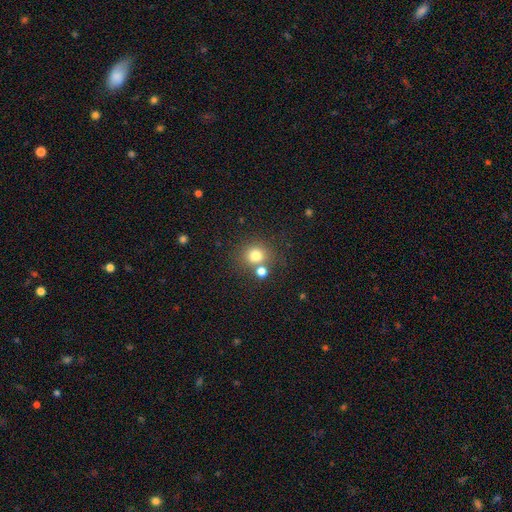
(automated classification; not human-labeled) The model was most divided on "merging": none: 65%, merger: 23%, minor disturbance: 9%, major disturbance: 4%. More confident: how rounded — round (85%); smooth or featured — smooth (77%).